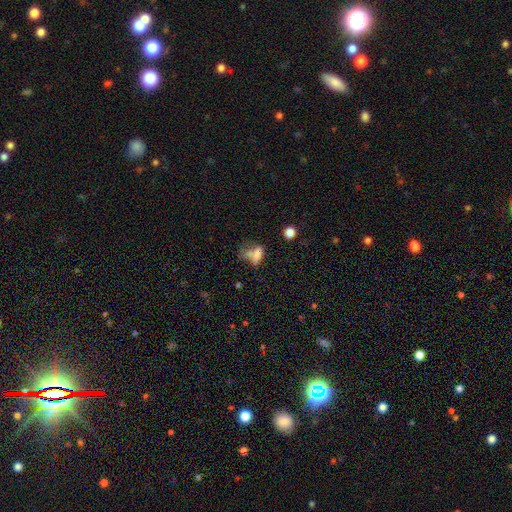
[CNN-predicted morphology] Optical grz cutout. It shows a smooth galaxy with no disk features (62%) that is in between round and cigar-shaped (72%). Merging: merger (34%).